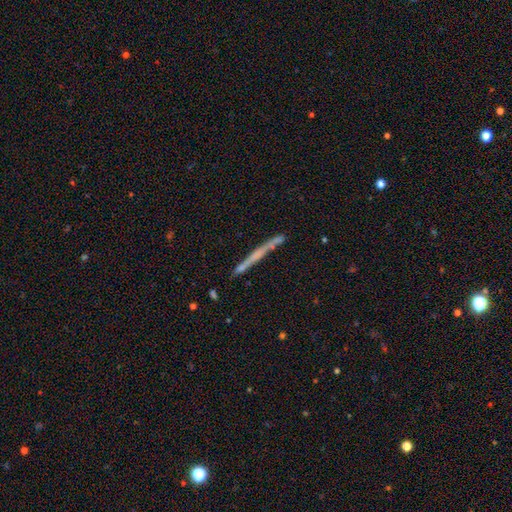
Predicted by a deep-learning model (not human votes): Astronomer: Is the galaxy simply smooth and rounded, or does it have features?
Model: featured or disk — 53% (runner-up: smooth, 40%).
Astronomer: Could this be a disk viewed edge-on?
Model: yes — 94%.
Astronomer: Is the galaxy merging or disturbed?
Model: none — 75%.